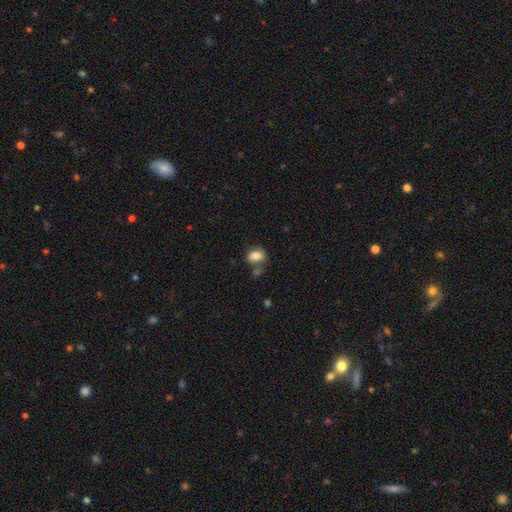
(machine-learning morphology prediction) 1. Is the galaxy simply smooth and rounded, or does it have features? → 79% smooth, 12% featured or disk, 9% star or artifact.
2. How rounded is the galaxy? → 75% in between, 23% round, 2% cigar-shaped.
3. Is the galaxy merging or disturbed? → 59% none, 18% minor disturbance, 17% merger, 6% major disturbance.